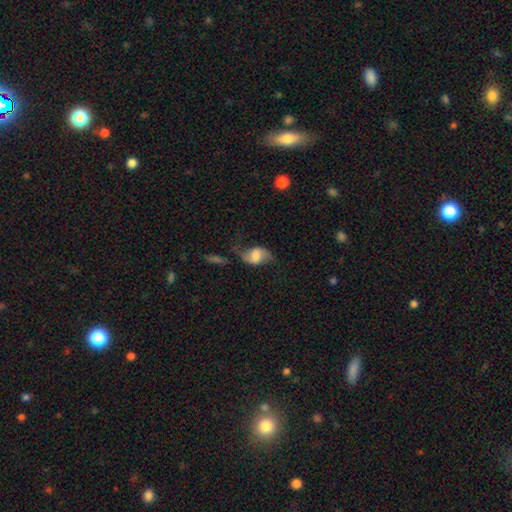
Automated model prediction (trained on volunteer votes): smooth-or-featured: featured or disk: 55% | smooth: 36% | star or artifact: 9%
  disk-edge-on: no: 96% | yes: 4%
    bar: weak: 45% | no: 37% | strong: 18%
    has-spiral-arms: yes: 86% | no: 14%
    bulge-size: large: 30% | moderate: 27% | none: 20% | small: 15% | dominant: 7%
  merging: none: 47% | minor disturbance: 24% | major disturbance: 21% | merger: 8%